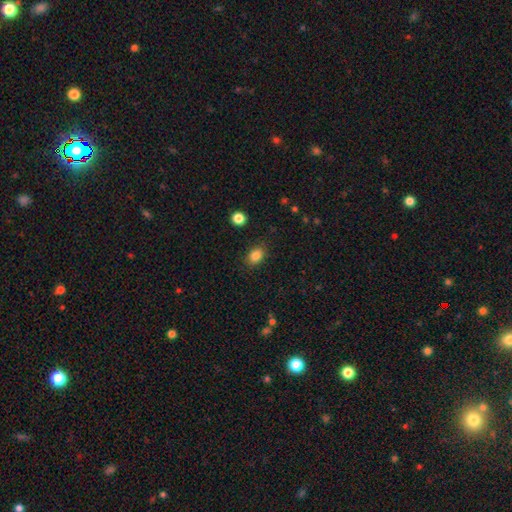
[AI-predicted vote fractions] This appears to be a smooth galaxy with no disk features (84%) that is in between round and cigar-shaped (64%). Merging: none (85%).